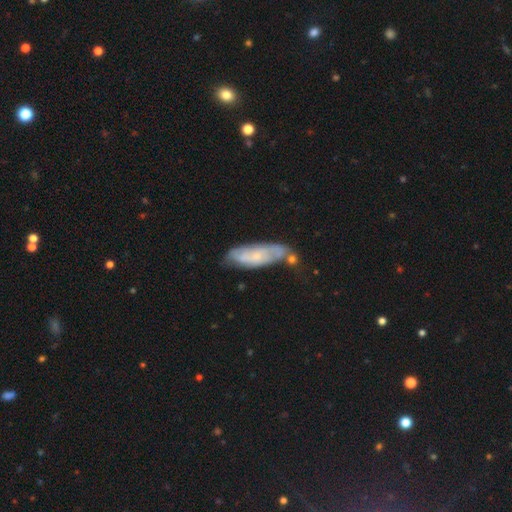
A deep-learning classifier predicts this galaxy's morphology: type=featured or disk (54%); edge-on=no (83%); merging=none (49%).